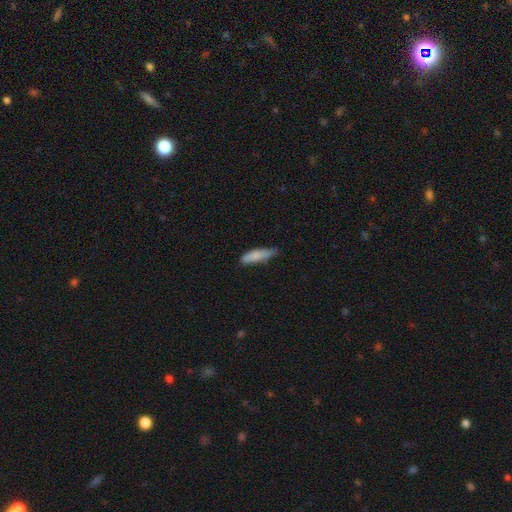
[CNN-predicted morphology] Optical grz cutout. It shows a smooth galaxy with no disk features (80%) that is cigar-shaped (61%). Merging: none (59%).